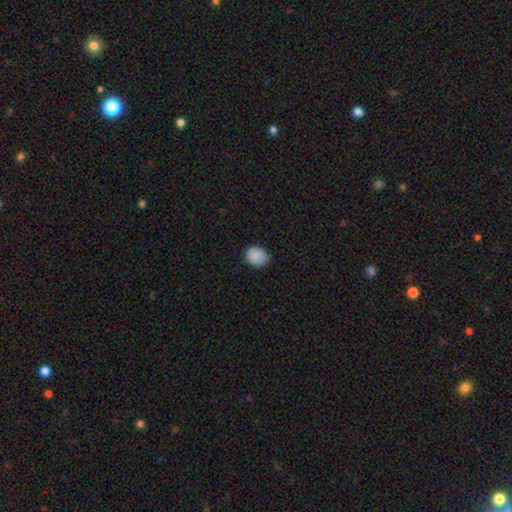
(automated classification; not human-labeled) Smooth or featured? Predicted: smooth (p=0.88). How rounded? Predicted: round (p=0.61). Merging? Predicted: none (p=0.81).